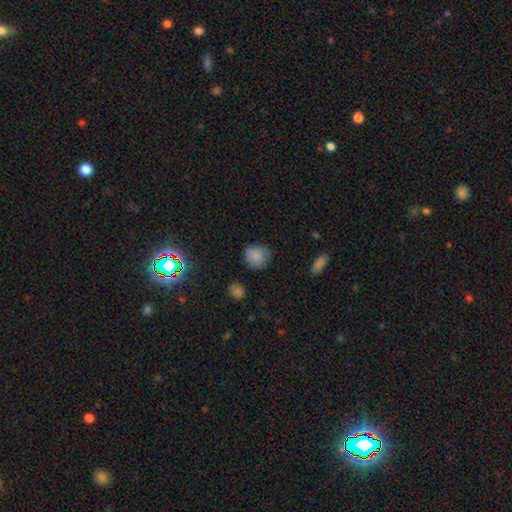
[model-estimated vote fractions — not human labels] Morphology: type=smooth (82%); roundness=round (79%); merging=none (73%).